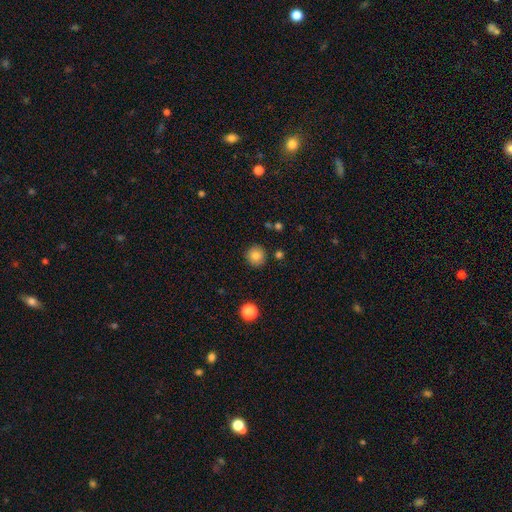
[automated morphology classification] This is clearly a smooth galaxy (83%). How rounded: clearly round (92%). Merging: clearly none (87%).